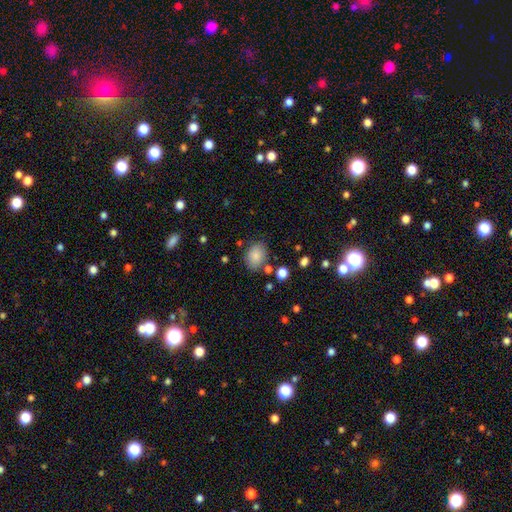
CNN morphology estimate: Q: Smooth or featured?
A: smooth (84%); runner-up: star or artifact (9%)
Q: How rounded?
A: in between (69%); runner-up: round (30%)
Q: Merging?
A: none (77%); runner-up: minor disturbance (14%)